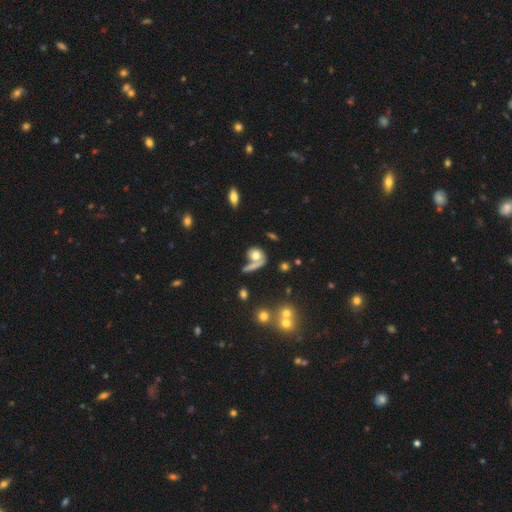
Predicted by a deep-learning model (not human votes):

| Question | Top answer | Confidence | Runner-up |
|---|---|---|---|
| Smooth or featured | smooth | 65% | featured or disk (24%) |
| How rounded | round | 48% | in between (46%) |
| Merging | none | 40% | merger (32%) |